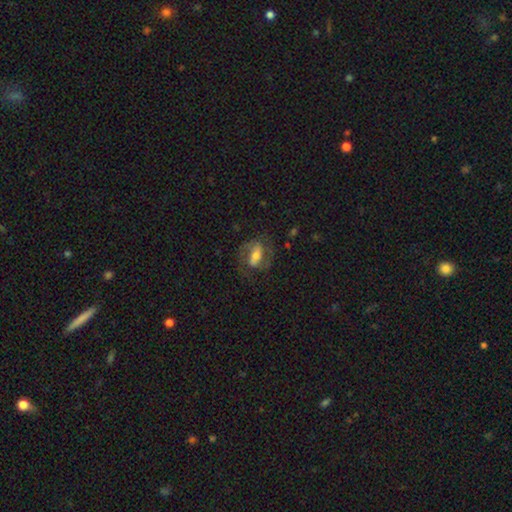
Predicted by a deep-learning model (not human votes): A featured or disk galaxy (61%) with a strong bar (48%), spiral arms (77%) and a moderate central bulge (49%). Merging: none (64%).